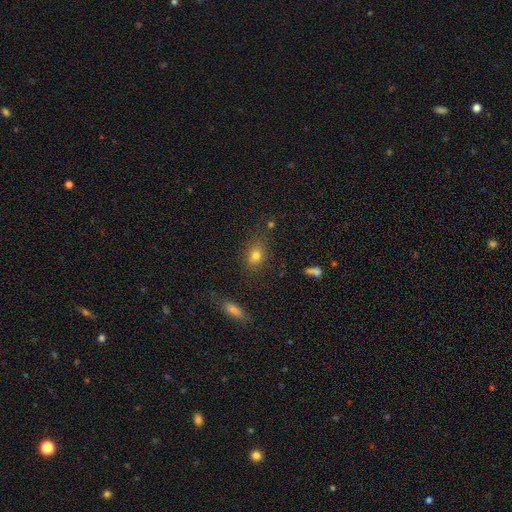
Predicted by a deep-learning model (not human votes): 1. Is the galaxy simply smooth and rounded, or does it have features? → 77% smooth, 13% star or artifact, 9% featured or disk.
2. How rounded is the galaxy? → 59% in between, 38% round, 3% cigar-shaped.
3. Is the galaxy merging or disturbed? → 78% none, 14% minor disturbance, 4% major disturbance, 4% merger.